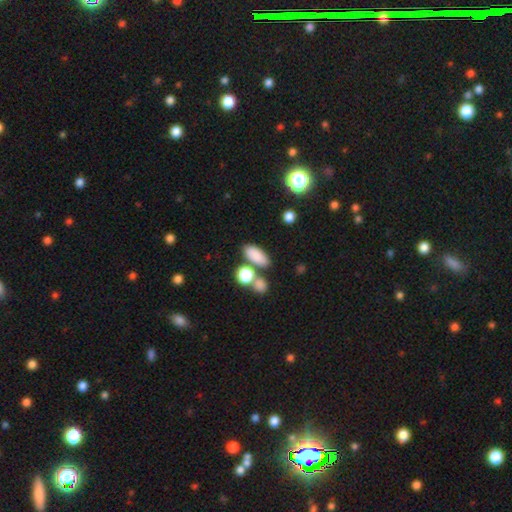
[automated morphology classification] Overall: smooth (83%). How rounded: in between (84%). Merging: none (63%).